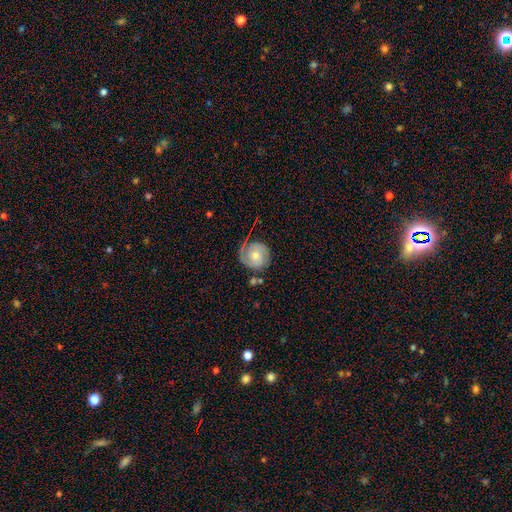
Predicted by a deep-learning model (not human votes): Smooth or featured? featured or disk (73%)
Edge-on disk? no (98%)
Bar? no (73%)
Spiral arms? yes (93%)
Spiral winding? tight (63%)
Spiral arm count? 2 (60%)
Bulge size? moderate (56%)
Merging? none (70%)